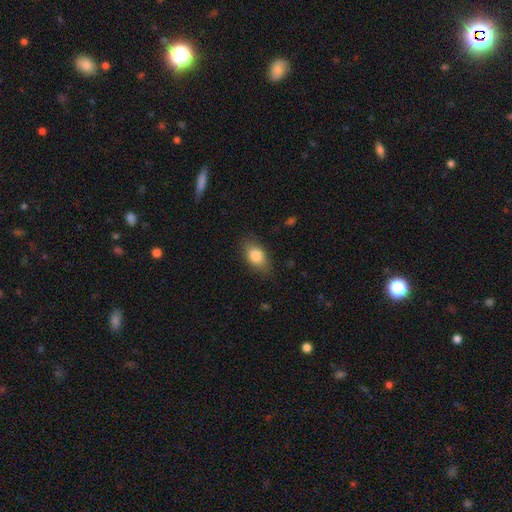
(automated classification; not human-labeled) Overall: smooth (82%). How rounded: in between (85%). Merging: none (81%).